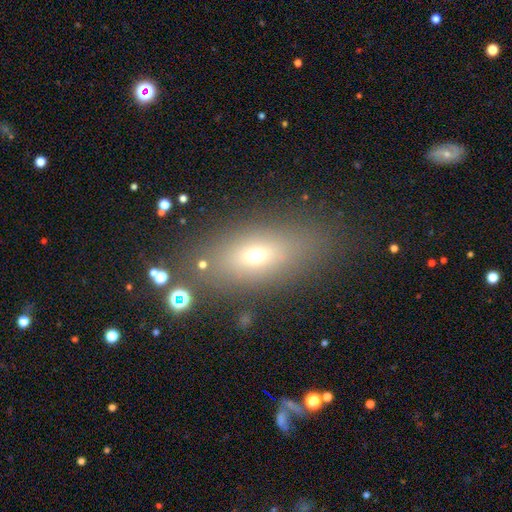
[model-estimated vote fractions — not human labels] This is likely a smooth galaxy (60%). How rounded: likely in between (70%). Merging: likely none (79%).